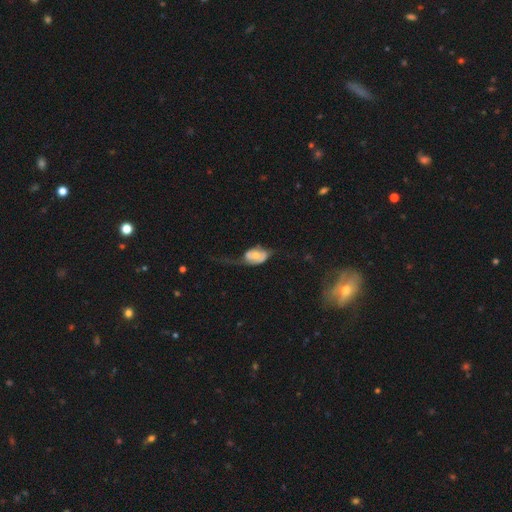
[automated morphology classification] The model was most divided on "smooth or featured": featured or disk: 53%, smooth: 40%, star or artifact: 7%. More confident: edge-on disk — no (92%); merging — major disturbance (50%).